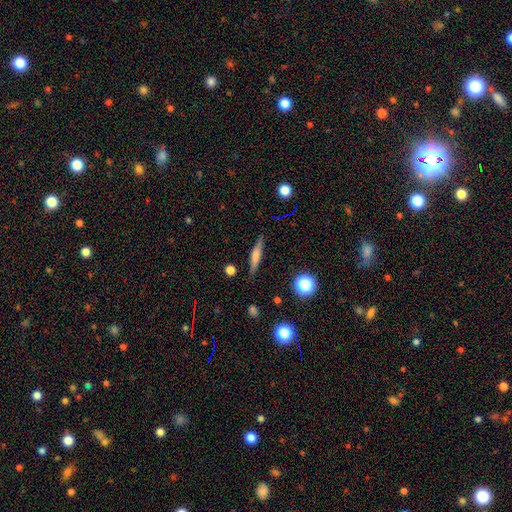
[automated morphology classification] Smooth or featured? smooth (51%)
How rounded? cigar-shaped (87%)
Merging? none (87%)